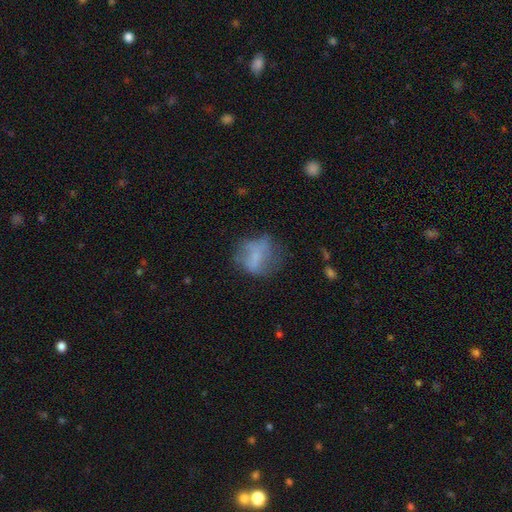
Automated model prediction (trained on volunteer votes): This is possibly a smooth galaxy (53%). How rounded: possibly round (57%). Merging: possibly none (47%).